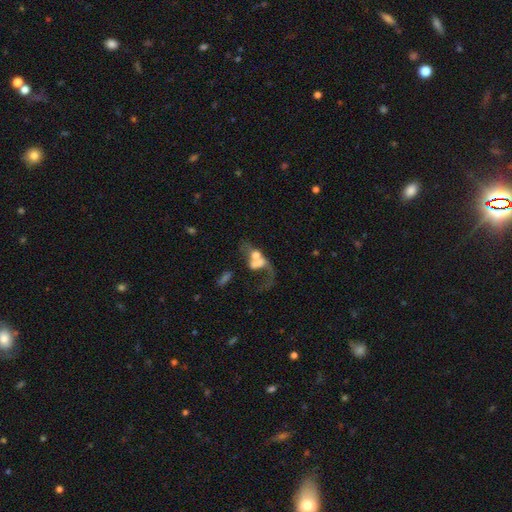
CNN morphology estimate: This is possibly a featured or disk galaxy (47%). Merging: possibly merger (58%).